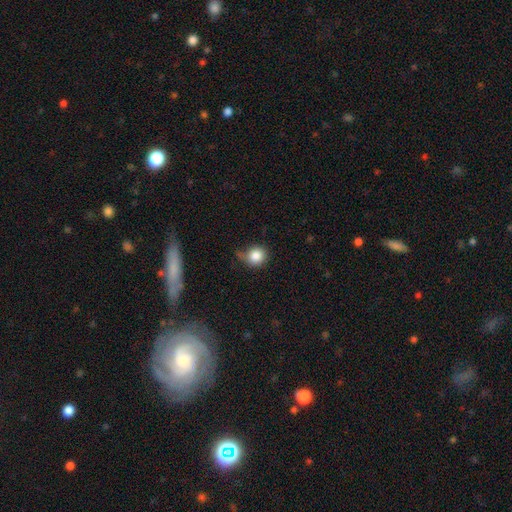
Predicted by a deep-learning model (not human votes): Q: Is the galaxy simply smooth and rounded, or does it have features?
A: smooth — 84%.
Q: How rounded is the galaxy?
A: round — 88%.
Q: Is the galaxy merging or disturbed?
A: none — 59%.